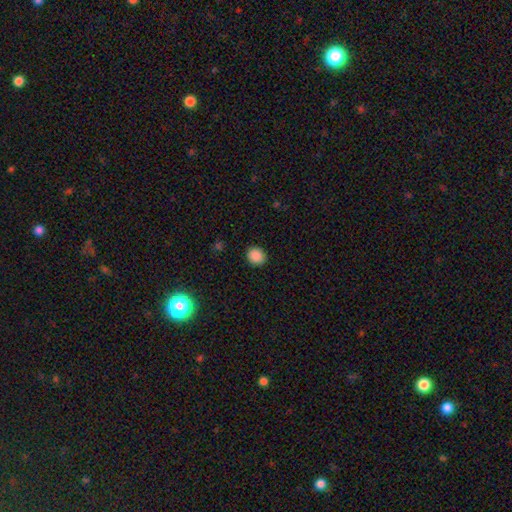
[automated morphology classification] Q: Smooth or featured?
A: smooth (87%); runner-up: star or artifact (10%)
Q: How rounded?
A: round (78%); runner-up: in between (21%)
Q: Merging?
A: none (90%); runner-up: minor disturbance (7%)